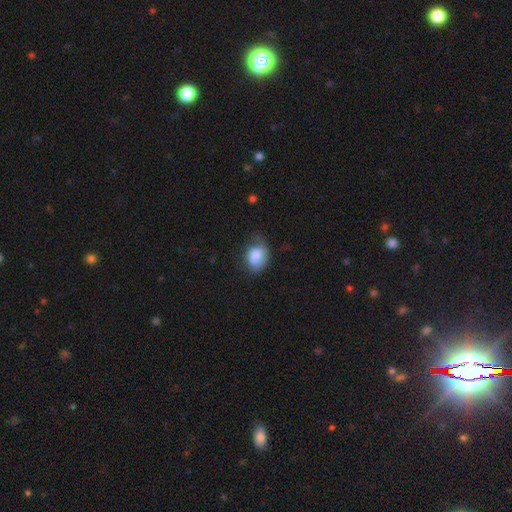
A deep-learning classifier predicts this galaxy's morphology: Smooth or featured?
  - smooth: 80% *
  - featured or disk: 12%
  - star or artifact: 8%
How rounded?
  - in between: 65% *
  - round: 34%
  - cigar-shaped: 1%
Merging?
  - none: 43% *
  - minor disturbance: 38%
  - major disturbance: 17%
  - merger: 2%